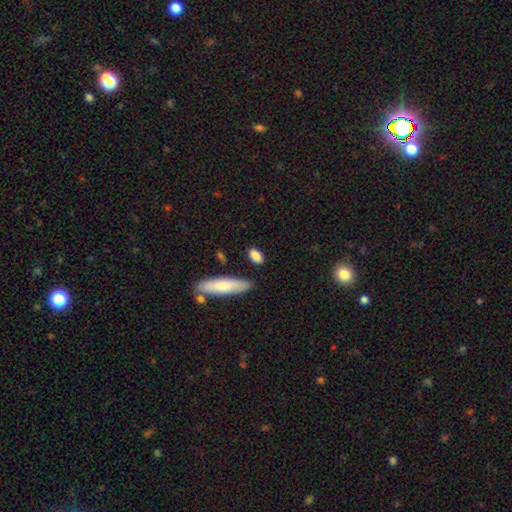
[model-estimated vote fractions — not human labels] This appears to be a smooth galaxy with no disk features (85%) that is in between round and cigar-shaped (78%). Merging: none (79%).